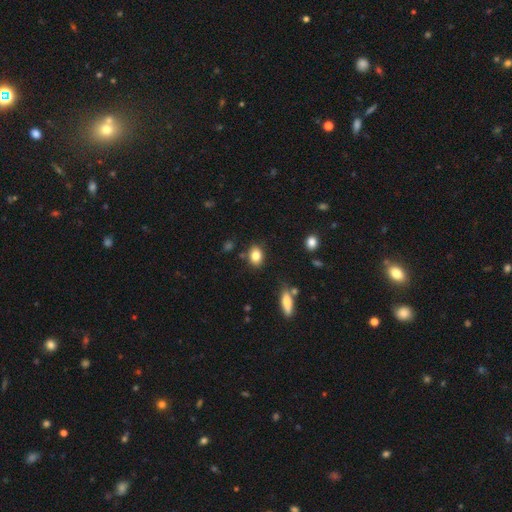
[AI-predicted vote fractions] smooth 83%, star or artifact 9%, featured or disk 8%. Down the decision tree: how rounded — in between (68%); merging — none (82%).